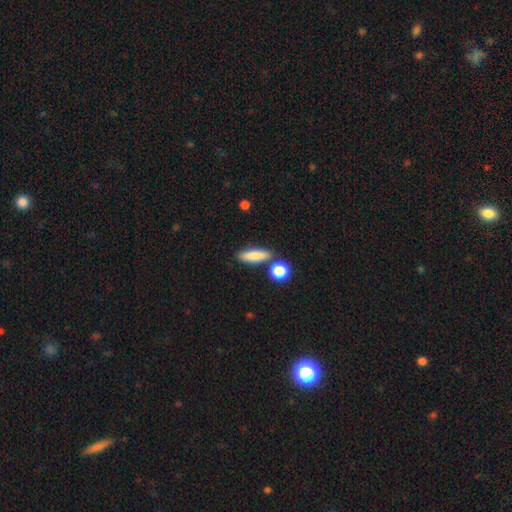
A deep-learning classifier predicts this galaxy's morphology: The model was most divided on "how rounded": cigar-shaped: 53%, in between: 40%, round: 6%. More confident: smooth or featured — smooth (81%); merging — none (76%).